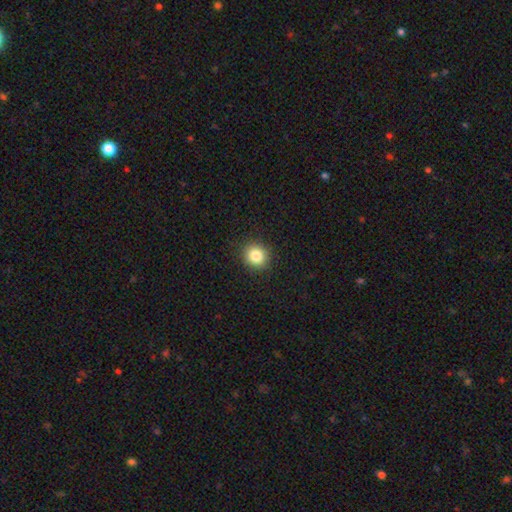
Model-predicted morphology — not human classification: Smooth or featured?
  - smooth: 83% *
  - star or artifact: 11%
  - featured or disk: 6%
How rounded?
  - round: 86% *
  - in between: 13%
  - cigar-shaped: 1%
Merging?
  - none: 91% *
  - minor disturbance: 6%
  - major disturbance: 2%
  - merger: 1%